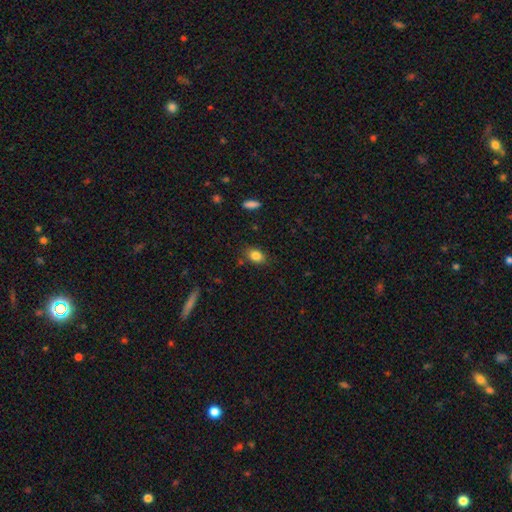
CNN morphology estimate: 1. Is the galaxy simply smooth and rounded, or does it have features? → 84% smooth, 9% star or artifact, 7% featured or disk.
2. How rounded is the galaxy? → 80% in between, 18% round, 2% cigar-shaped.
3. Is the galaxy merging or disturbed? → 82% none, 12% minor disturbance, 3% major disturbance, 2% merger.